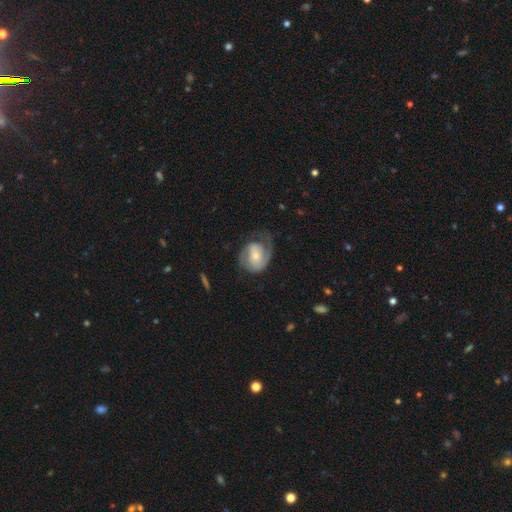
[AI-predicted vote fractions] Smooth or featured? Predicted: featured or disk (p=0.74). Edge-on disk? Predicted: no (p=0.97). Bar? Predicted: no (p=0.49). Spiral arms? Predicted: yes (p=0.91). Spiral winding? Predicted: medium (p=0.41). Spiral arm count? Predicted: 2 (p=0.57). Bulge size? Predicted: small (p=0.55). Merging? Predicted: none (p=0.49).